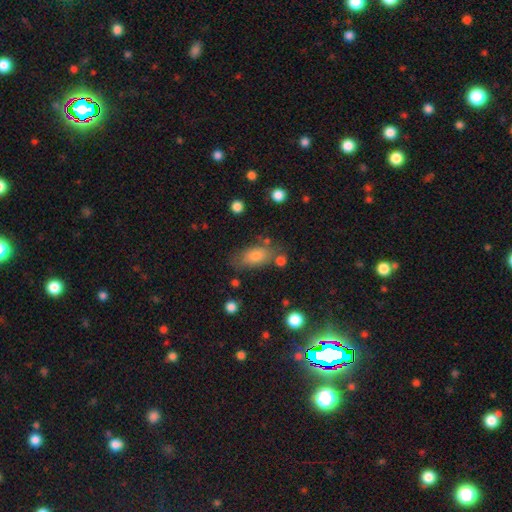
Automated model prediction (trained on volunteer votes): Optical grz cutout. It shows a smooth galaxy with no disk features (76%) that is in between round and cigar-shaped (87%). Merging: none (67%).